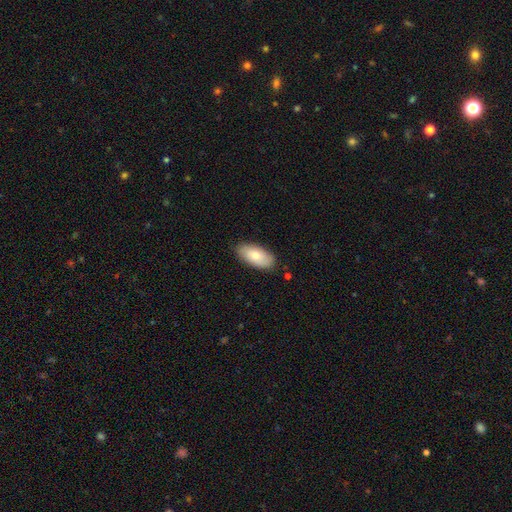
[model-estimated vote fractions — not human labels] Smooth or featured? smooth (74%)
How rounded? in between (92%)
Merging? none (85%)